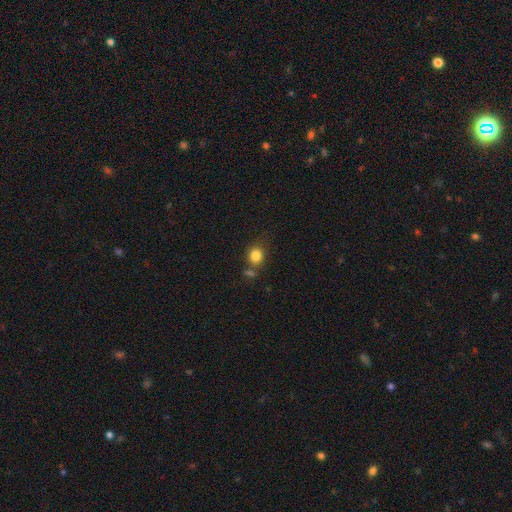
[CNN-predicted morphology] smooth_or_featured: smooth (p=0.83) [alt: star or artifact p=0.11]
how_rounded: round (p=0.75) [alt: in between p=0.24]
merging: none (p=0.65) [alt: merger p=0.16]